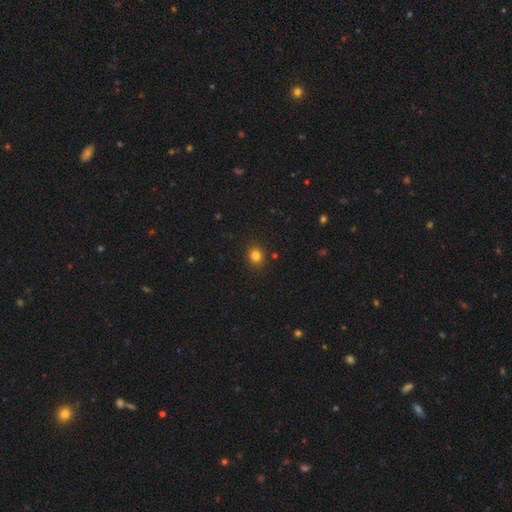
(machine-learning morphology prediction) Q: Smooth or featured?
A: smooth (81%); runner-up: star or artifact (14%)
Q: How rounded?
A: round (76%); runner-up: in between (23%)
Q: Merging?
A: none (87%); runner-up: minor disturbance (9%)